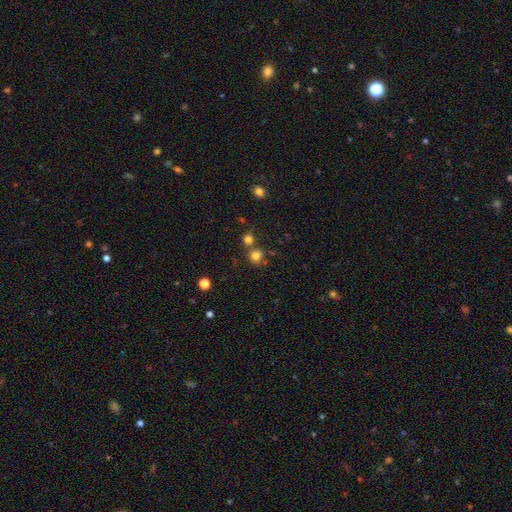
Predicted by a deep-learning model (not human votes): This is likely a smooth galaxy (78%). How rounded: clearly round (90%). Merging: likely none (69%).